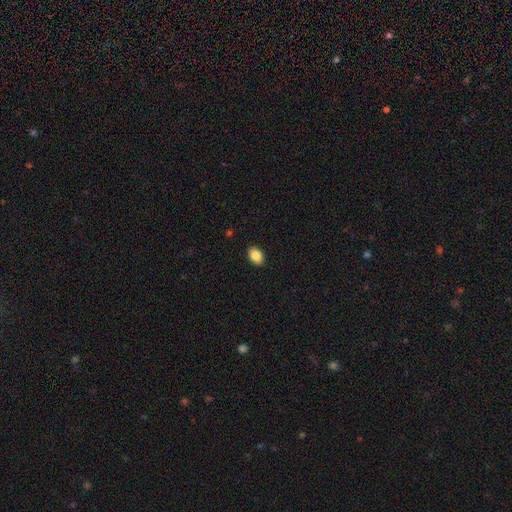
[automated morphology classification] Overall: smooth (87%). How rounded: in between (80%). Merging: none (90%).